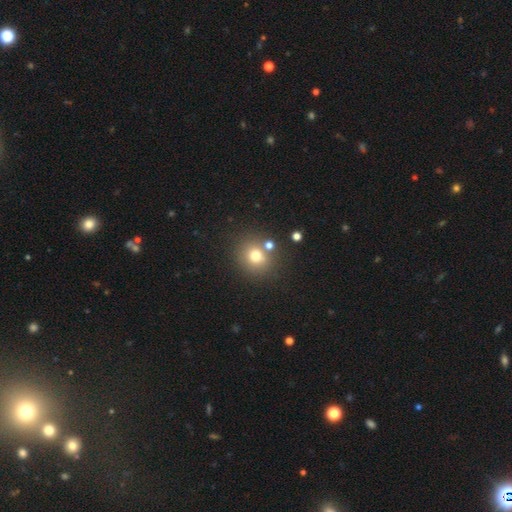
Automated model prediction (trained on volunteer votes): Smooth or featured?
  - smooth: 73% *
  - star or artifact: 16%
  - featured or disk: 12%
How rounded?
  - round: 83% *
  - in between: 16%
  - cigar-shaped: 1%
Merging?
  - none: 73% *
  - merger: 14%
  - minor disturbance: 10%
  - major disturbance: 4%